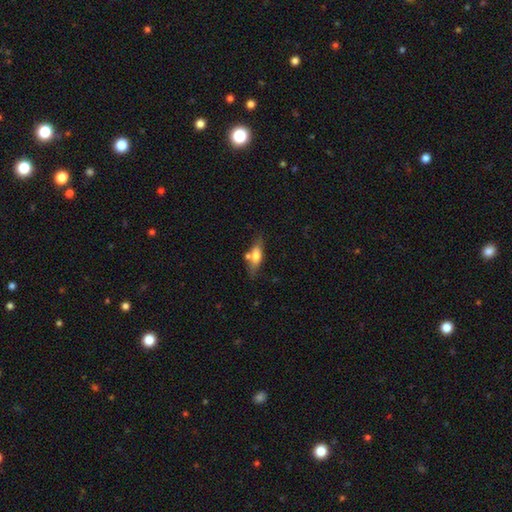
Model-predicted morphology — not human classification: A smooth galaxy with no disk features (60%) that is in between round and cigar-shaped (54%). Merging: none (63%).